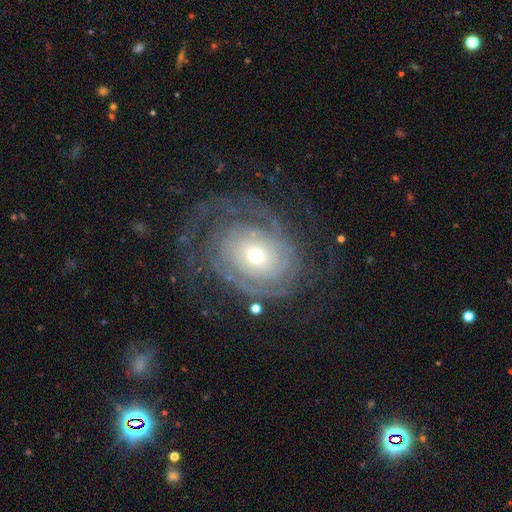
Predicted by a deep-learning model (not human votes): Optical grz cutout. It shows a featured or disk galaxy (86%) with no bar (79%), 2 (36%) tight (71%) spiral arms (94%) and a small central bulge (58%). Merging: none (65%).